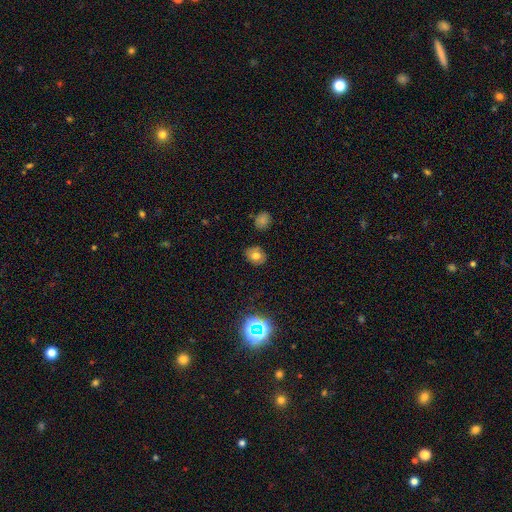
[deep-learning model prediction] Overall: smooth (68%). How rounded: round (61%; in between 38%). Merging: none (83%).